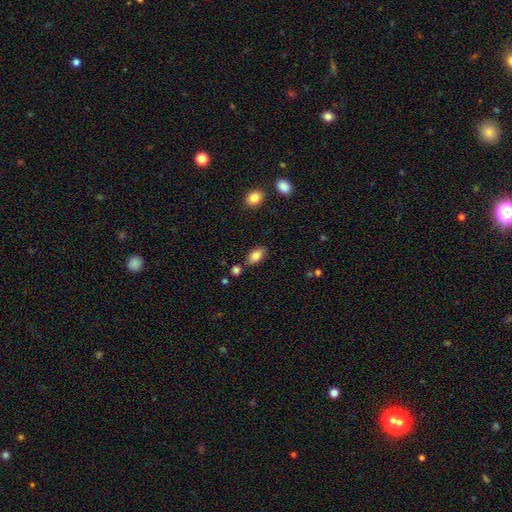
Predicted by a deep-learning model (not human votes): The model was most divided on "merging": none: 77%, minor disturbance: 13%, merger: 8%, major disturbance: 3%. More confident: how rounded — in between (91%); smooth or featured — smooth (84%).